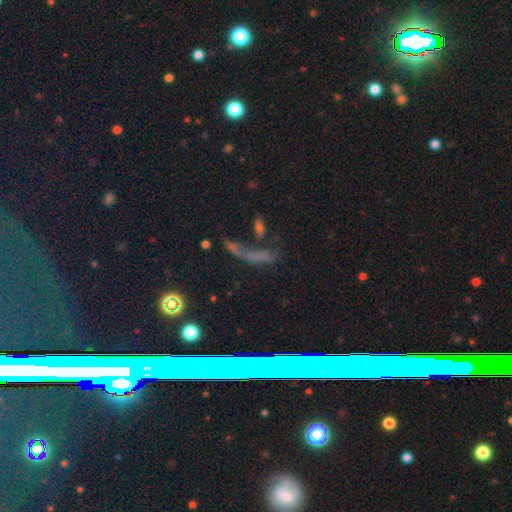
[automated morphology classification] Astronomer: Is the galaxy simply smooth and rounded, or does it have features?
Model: featured or disk — 36% (runner-up: star or artifact, 34%).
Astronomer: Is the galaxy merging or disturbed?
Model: none — 47%.